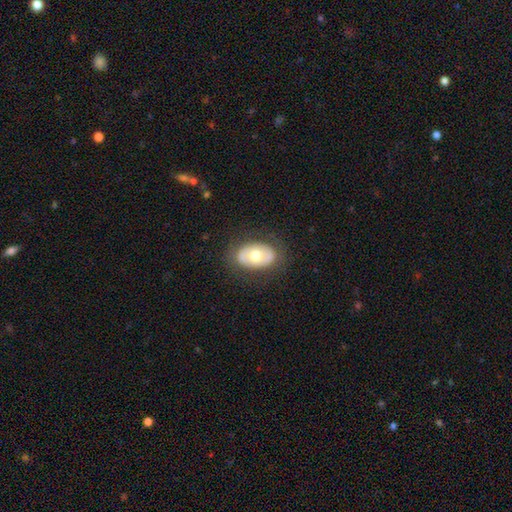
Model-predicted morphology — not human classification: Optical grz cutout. It shows a smooth galaxy with no disk features (55%) that is in between round and cigar-shaped (87%). Merging: none (80%).